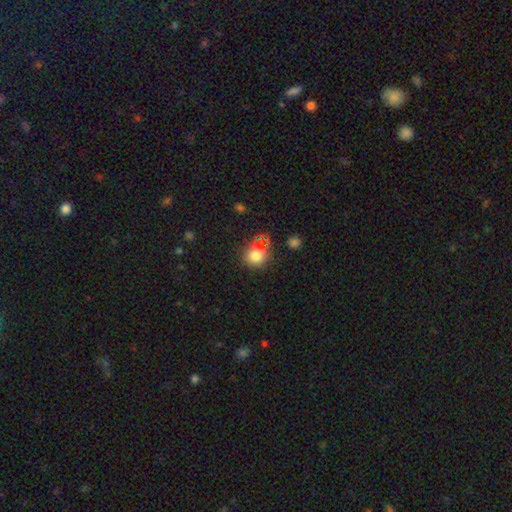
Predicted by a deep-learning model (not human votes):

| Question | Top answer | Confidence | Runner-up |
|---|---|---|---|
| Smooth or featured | smooth | 75% | star or artifact (18%) |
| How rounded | round | 80% | in between (19%) |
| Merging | none | 63% | merger (22%) |